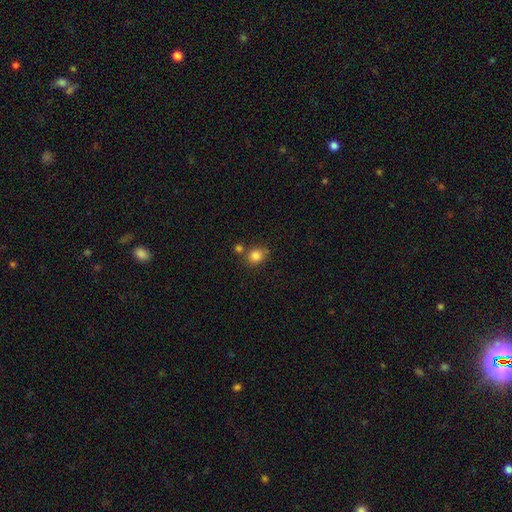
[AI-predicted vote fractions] Smooth or featured: smooth — 84% (star or artifact — 10%)
How rounded: round — 66% (in between — 33%)
Merging: none — 63% (merger — 18%)